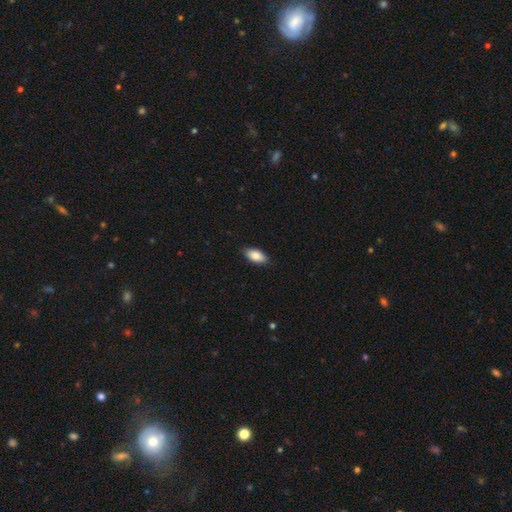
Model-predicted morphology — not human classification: Q: Smooth or featured?
A: smooth (86%); runner-up: featured or disk (8%)
Q: How rounded?
A: in between (92%); runner-up: cigar-shaped (5%)
Q: Merging?
A: none (87%); runner-up: minor disturbance (10%)